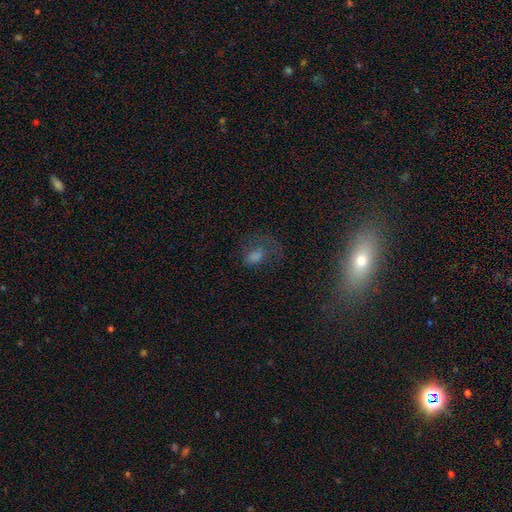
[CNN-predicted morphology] A smooth galaxy with no disk features (47%). Merging: none (46%).